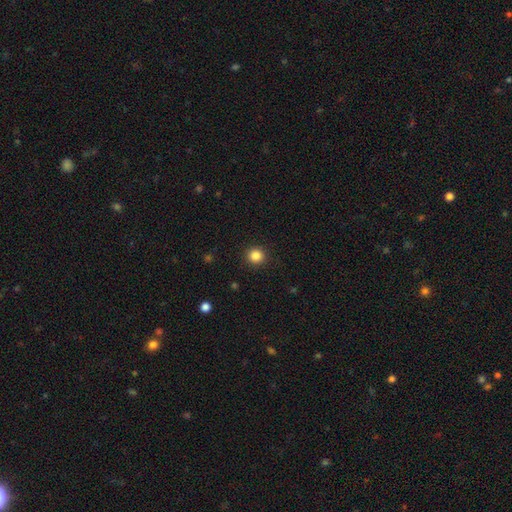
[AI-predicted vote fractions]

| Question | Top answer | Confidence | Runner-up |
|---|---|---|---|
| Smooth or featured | smooth | 85% | star or artifact (11%) |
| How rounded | round | 94% | in between (5%) |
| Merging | none | 92% | minor disturbance (5%) |